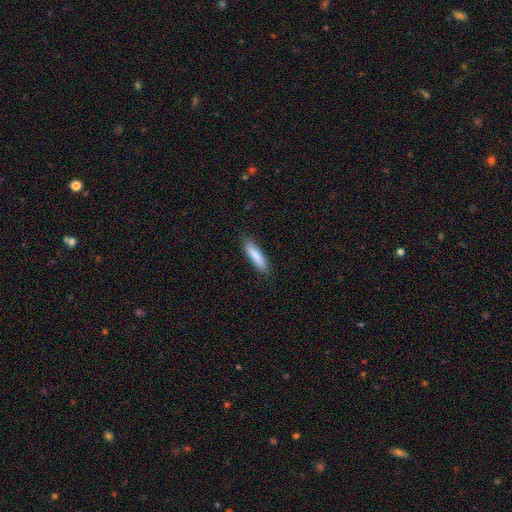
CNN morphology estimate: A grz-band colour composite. It shows a smooth galaxy with no disk features (86%) that is cigar-shaped (72%). Merging: none (83%).